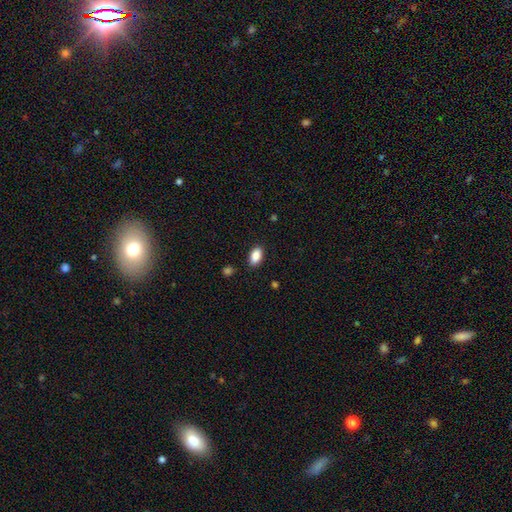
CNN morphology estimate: smooth_or_featured: smooth (p=0.88) [alt: star or artifact p=0.08]
how_rounded: in between (p=0.92) [alt: round p=0.05]
merging: none (p=0.86) [alt: minor disturbance p=0.10]